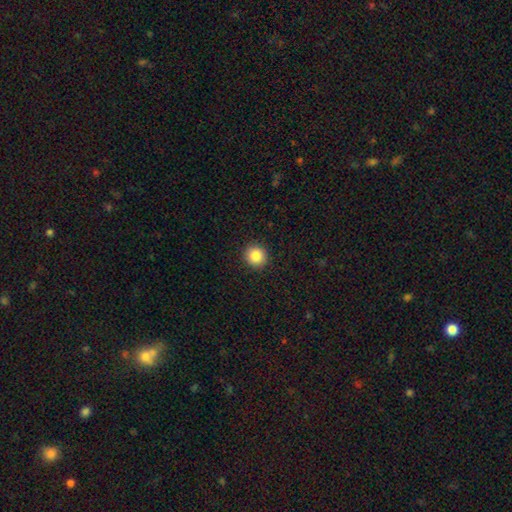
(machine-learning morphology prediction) This appears to be a smooth galaxy with no disk features (87%) that is round (91%). Merging: none (92%).